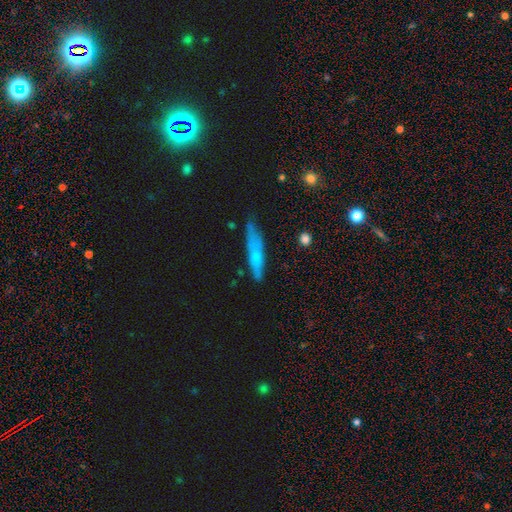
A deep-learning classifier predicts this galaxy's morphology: A smooth galaxy with no disk features (63%) that is cigar-shaped (82%).

Vote fractions:
- Smooth or featured? smooth: 63% / featured or disk: 29% / star or artifact: 8%
- How rounded? cigar-shaped: 82% / in between: 16% / round: 2%
- Merging? none: 64% / minor disturbance: 26% / major disturbance: 7% / merger: 3%